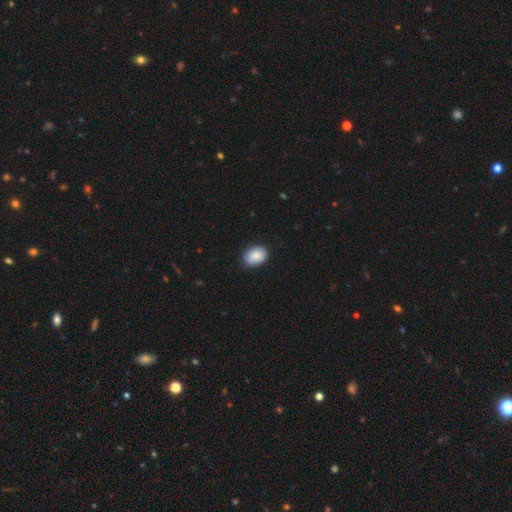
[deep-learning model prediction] A smooth galaxy with no disk features (89%) that is in between round and cigar-shaped (80%). Merging: none (88%).